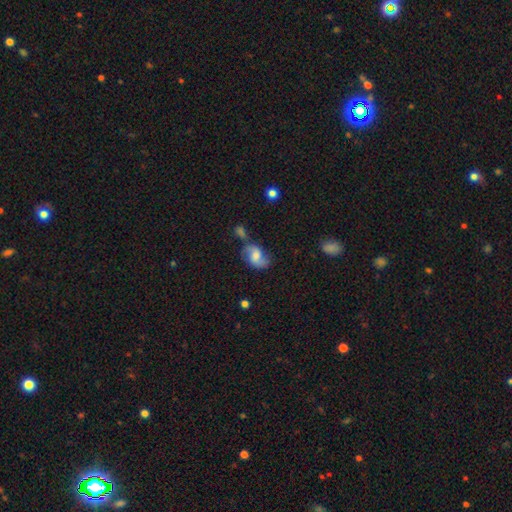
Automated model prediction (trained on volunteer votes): Smooth or featured?
  - featured or disk: 57% *
  - smooth: 34%
  - star or artifact: 9%
Edge-on disk?
  - no: 96% *
  - yes: 4%
Bar?
  - no: 47% *
  - weak: 43%
  - strong: 10%
Spiral arms?
  - yes: 87% *
  - no: 13%
Bulge size?
  - moderate: 50% *
  - small: 23%
  - large: 16%
  - none: 9%
  - dominant: 2%
Merging?
  - none: 53% *
  - minor disturbance: 22%
  - merger: 14%
  - major disturbance: 11%